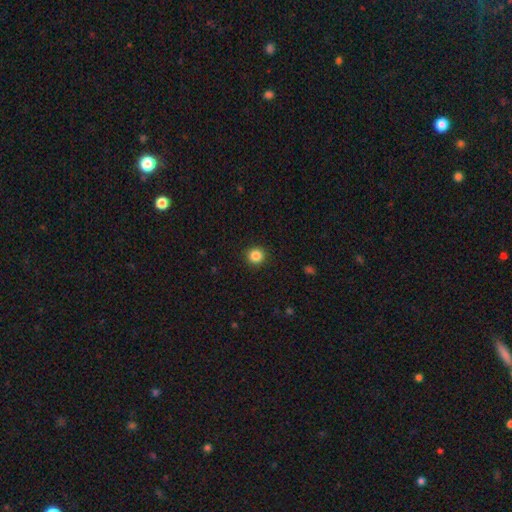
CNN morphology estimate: The model was most divided on "smooth or featured": smooth: 86%, star or artifact: 11%, featured or disk: 4%. More confident: how rounded — round (93%); merging — none (92%).